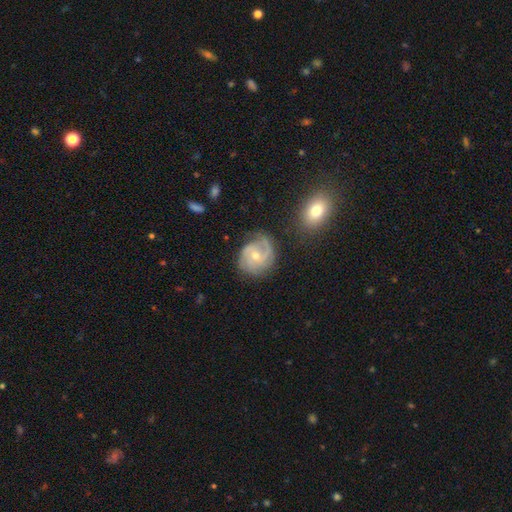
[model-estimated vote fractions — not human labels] Morphology: type=featured or disk (76%); edge-on=no (97%); bar=no (62%); spiral arms=yes (92%); winding=medium (44%); arm count=2 (49%); bulge=moderate (49%); merging=none (63%).